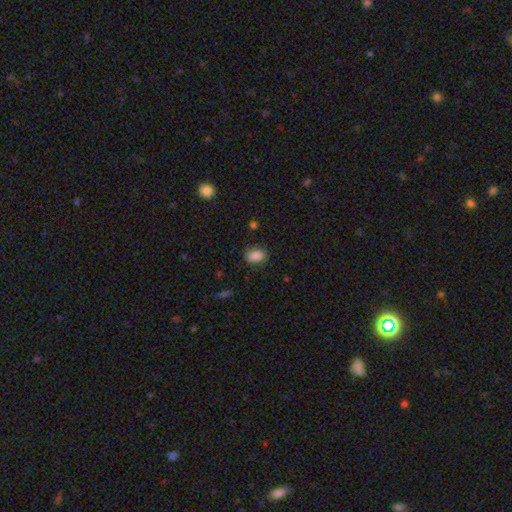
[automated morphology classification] smooth-or-featured: smooth: 85% | star or artifact: 9% | featured or disk: 7%
  how-rounded: in between: 74% | round: 24% | cigar-shaped: 2%
  merging: none: 83% | minor disturbance: 13% | major disturbance: 3% | merger: 1%